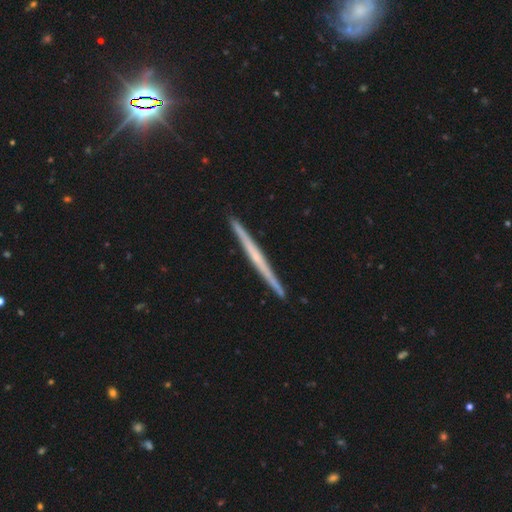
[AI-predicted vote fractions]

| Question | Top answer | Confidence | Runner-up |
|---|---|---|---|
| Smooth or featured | featured or disk | 68% | smooth (26%) |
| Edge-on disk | yes | 98% | no (2%) |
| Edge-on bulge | none | 68% | rounded (26%) |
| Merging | none | 92% | minor disturbance (6%) |